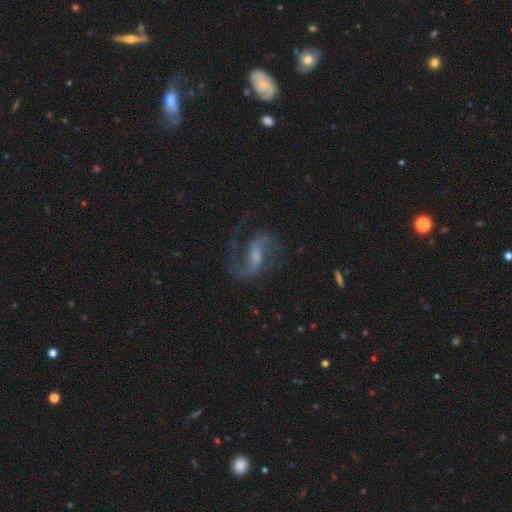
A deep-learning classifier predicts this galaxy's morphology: This appears to be a featured or disk galaxy (86%) with a weak bar (50%), 2 (89%) loose (47%) spiral arms (96%) and a small central bulge (54%). Merging: none (70%).